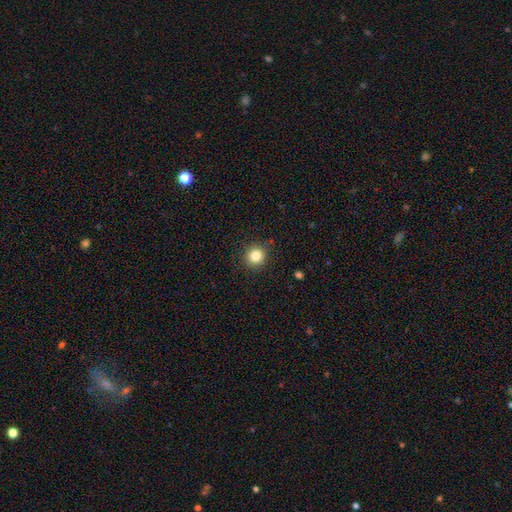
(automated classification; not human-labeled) smooth_or_featured: smooth (p=0.83) [alt: star or artifact p=0.11]
how_rounded: round (p=0.93) [alt: in between p=0.06]
merging: none (p=0.91) [alt: minor disturbance p=0.06]